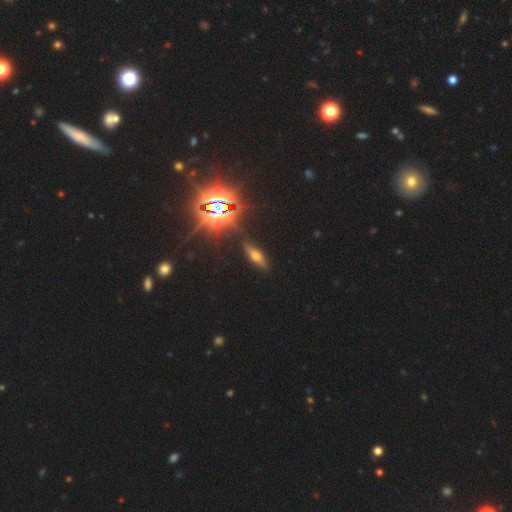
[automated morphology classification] This is marginally a smooth galaxy (35%). Merging: clearly none (84%).